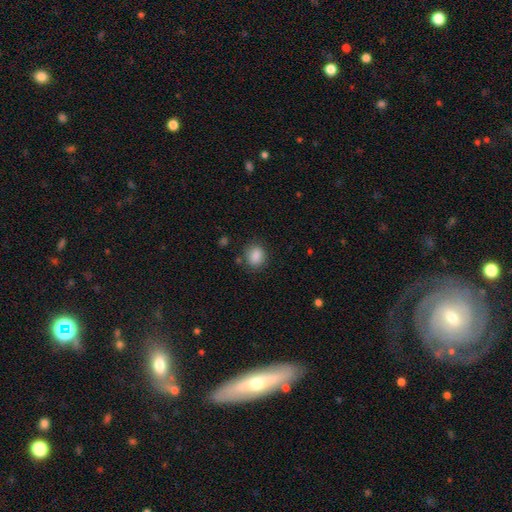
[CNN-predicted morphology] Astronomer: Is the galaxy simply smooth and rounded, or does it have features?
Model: smooth — 87%.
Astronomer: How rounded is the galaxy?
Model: round — 57% (runner-up: in between, 42%).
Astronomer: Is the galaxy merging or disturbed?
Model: none — 81%.